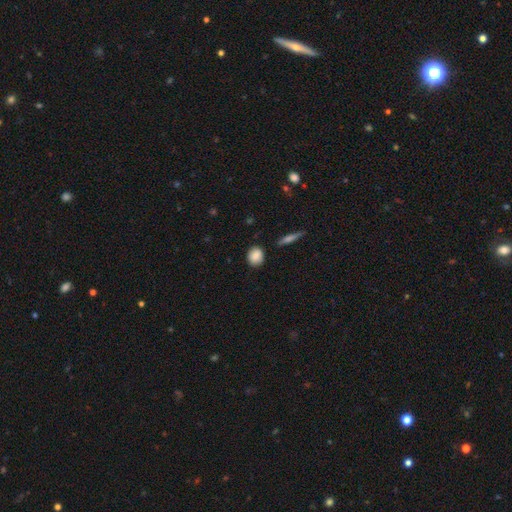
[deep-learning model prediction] This appears to be a smooth galaxy with no disk features (87%) that is round (62%). Merging: none (86%).